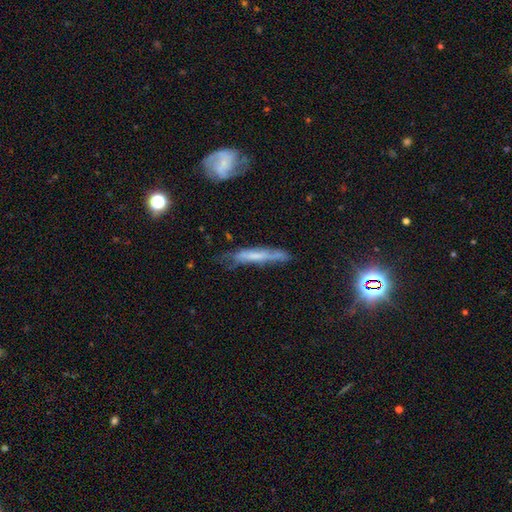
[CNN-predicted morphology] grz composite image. It shows a featured or disk galaxy (49%). Merging: none (56%).